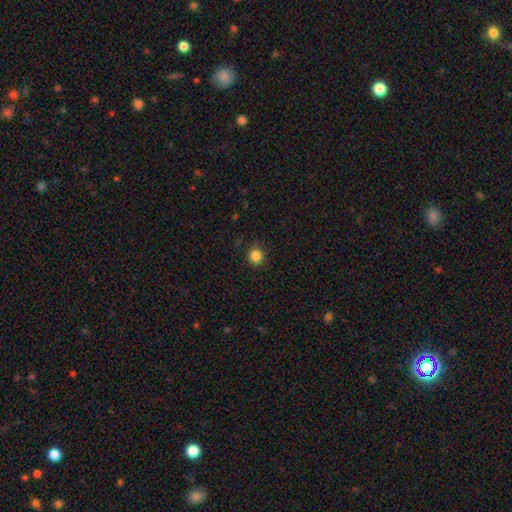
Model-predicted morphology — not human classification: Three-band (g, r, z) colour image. It shows a smooth galaxy with no disk features (85%) that is round (94%). Merging: none (88%).